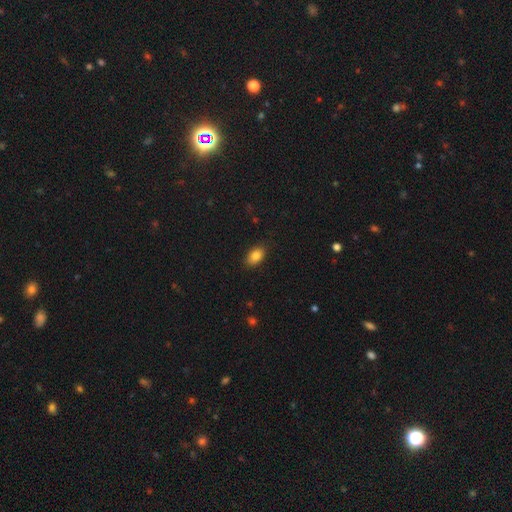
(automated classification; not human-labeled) Smooth or featured? smooth (85%)
How rounded? in between (88%)
Merging? none (86%)